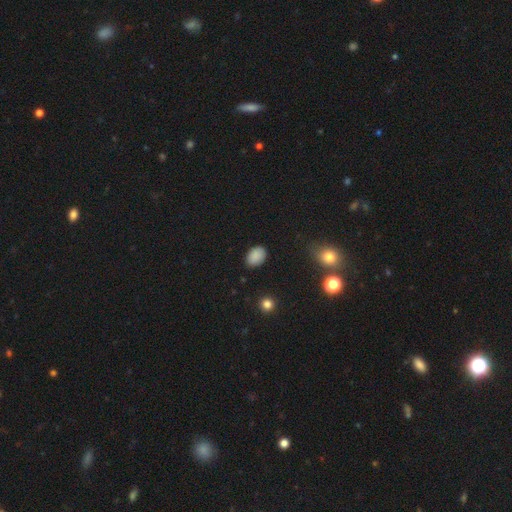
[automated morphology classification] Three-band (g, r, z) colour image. It shows a smooth galaxy with no disk features (87%) that is in between round and cigar-shaped (84%). Merging: none (85%).